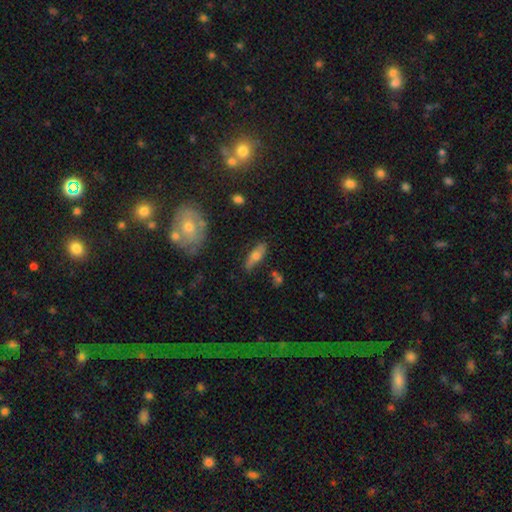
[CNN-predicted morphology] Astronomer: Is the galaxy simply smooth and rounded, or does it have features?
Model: smooth — 54% (runner-up: featured or disk, 39%).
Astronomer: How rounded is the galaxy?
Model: in between — 55% (runner-up: cigar-shaped, 41%).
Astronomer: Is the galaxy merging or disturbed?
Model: none — 75%.